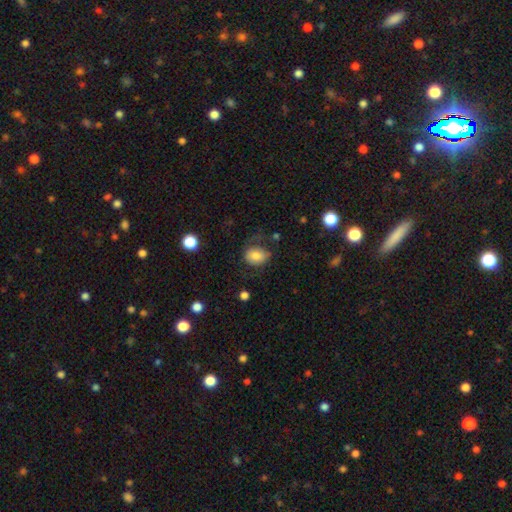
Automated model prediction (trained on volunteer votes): Smooth or featured? smooth (77%)
How rounded? in between (56%)
Merging? none (52%)